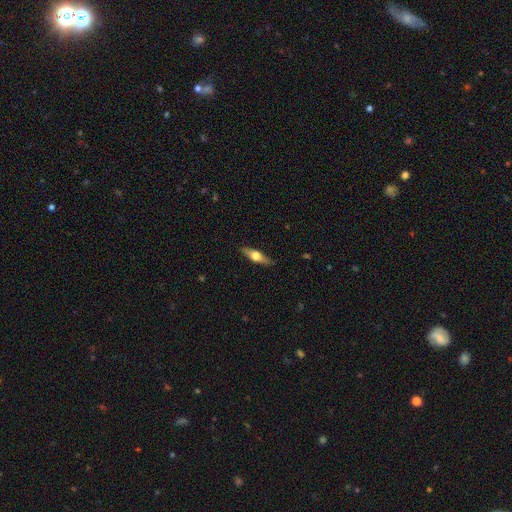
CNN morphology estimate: Overall: featured or disk (51%; smooth 43%). Edge-on disk: yes (91%). Merging: none (84%).